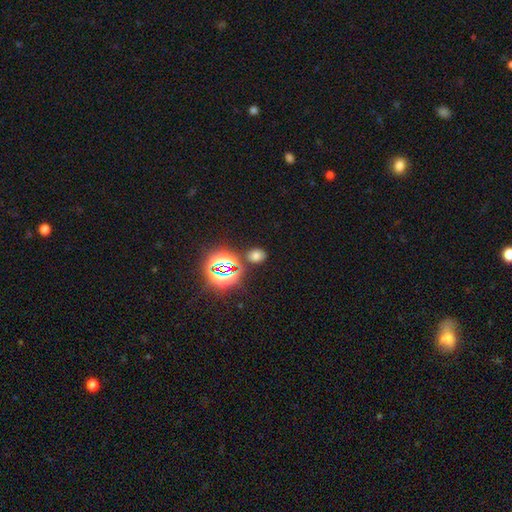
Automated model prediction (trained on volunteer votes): Morphology: type=smooth (59%); roundness=in between (51%); merging=none (80%).